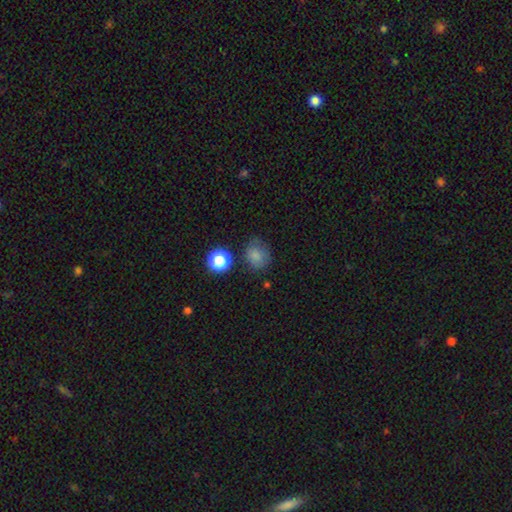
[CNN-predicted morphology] Smooth or featured? smooth (80%)
How rounded? round (63%)
Merging? none (65%)